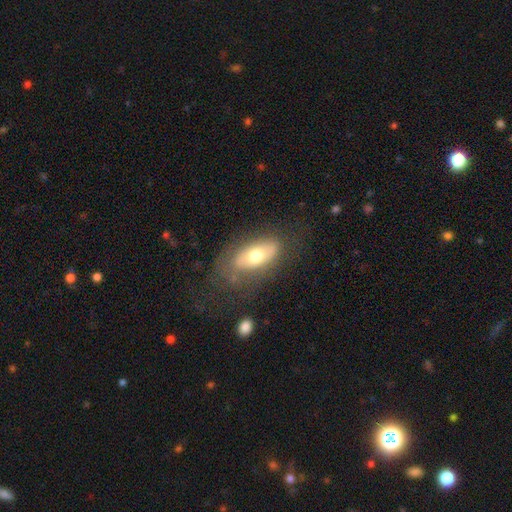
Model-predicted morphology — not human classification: Smooth or featured?
  - smooth: 59% *
  - featured or disk: 33%
  - star or artifact: 7%
How rounded?
  - in between: 87% *
  - cigar-shaped: 8%
  - round: 5%
Merging?
  - none: 69% *
  - minor disturbance: 19%
  - major disturbance: 10%
  - merger: 3%